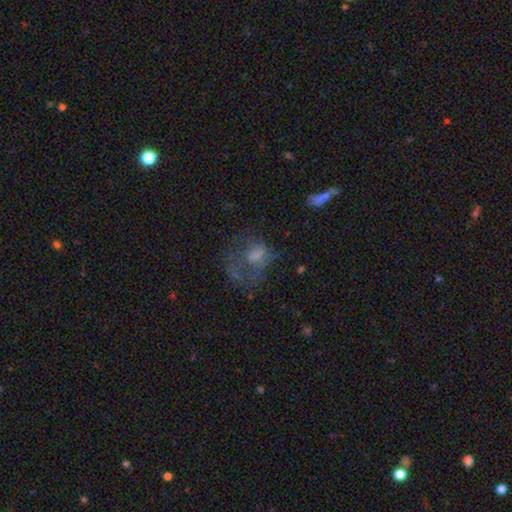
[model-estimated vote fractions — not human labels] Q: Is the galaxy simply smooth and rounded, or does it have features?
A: smooth — 46%.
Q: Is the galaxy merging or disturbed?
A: major disturbance — 51%.